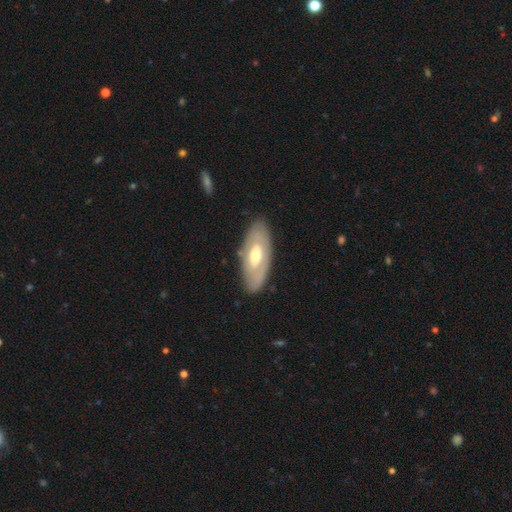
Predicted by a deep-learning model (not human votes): The model was most divided on "smooth or featured": featured or disk: 56%, smooth: 39%, star or artifact: 5%. More confident: merging — none (82%); edge-on disk — no (82%).